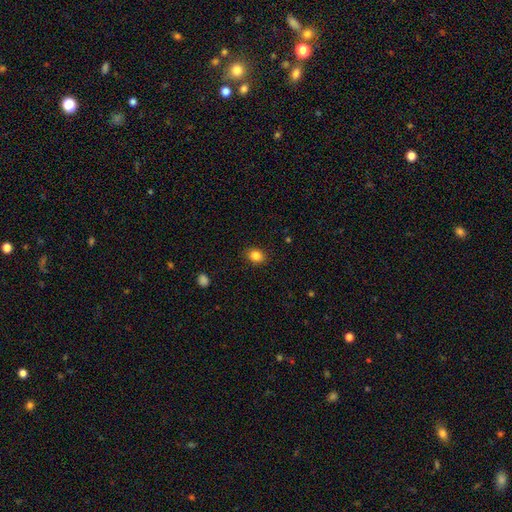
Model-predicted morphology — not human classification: A smooth galaxy with no disk features (85%) that is in between round and cigar-shaped (56%).

Vote fractions:
- Smooth or featured? smooth: 85% / star or artifact: 10% / featured or disk: 5%
- How rounded? in between: 56% / round: 44% / cigar-shaped: 1%
- Merging? none: 89% / minor disturbance: 8% / major disturbance: 2% / merger: 1%